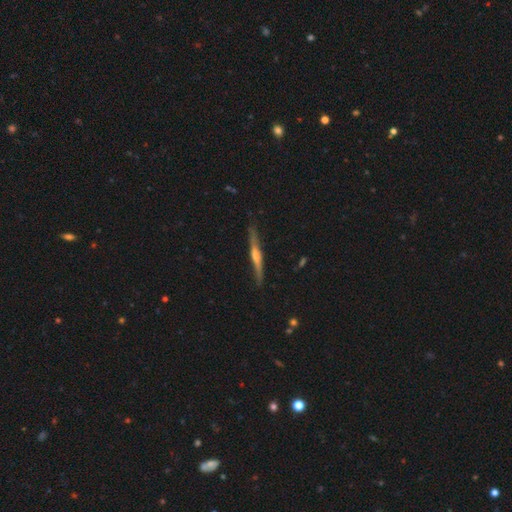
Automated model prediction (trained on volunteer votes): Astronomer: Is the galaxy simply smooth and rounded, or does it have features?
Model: featured or disk — 77%.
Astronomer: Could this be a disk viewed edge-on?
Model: yes — 97%.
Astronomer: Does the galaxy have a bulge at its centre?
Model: rounded — 76%.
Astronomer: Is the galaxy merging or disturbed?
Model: none — 86%.